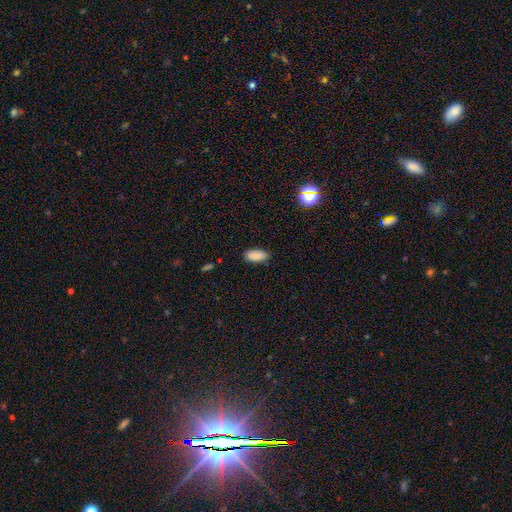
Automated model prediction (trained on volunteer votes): smooth-or-featured: smooth: 88% | star or artifact: 8% | featured or disk: 4%
  how-rounded: in between: 90% | cigar-shaped: 7% | round: 2%
  merging: none: 85% | minor disturbance: 12% | major disturbance: 2% | merger: 1%